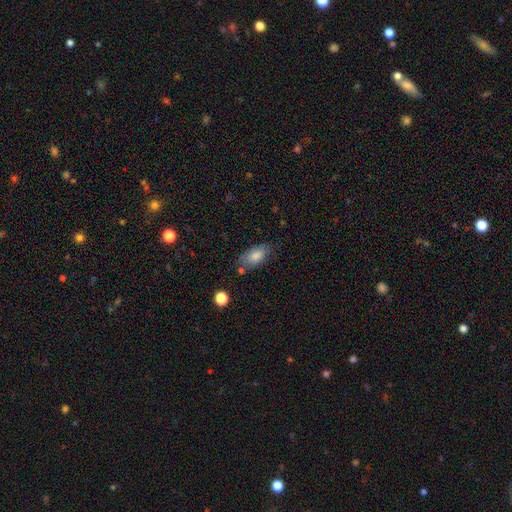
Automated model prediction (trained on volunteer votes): Q: Smooth or featured?
A: smooth (82%); runner-up: featured or disk (11%)
Q: How rounded?
A: in between (91%); runner-up: cigar-shaped (5%)
Q: Merging?
A: none (67%); runner-up: minor disturbance (22%)